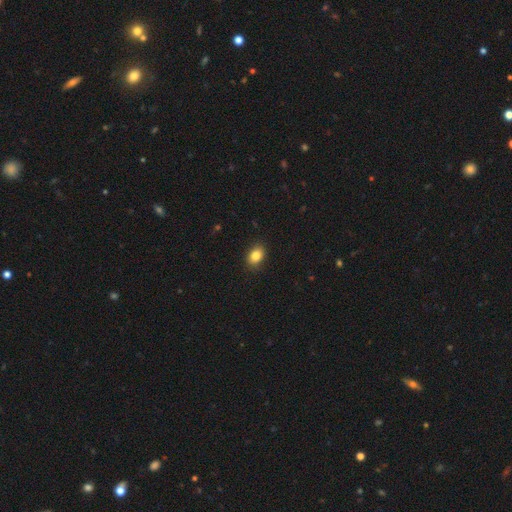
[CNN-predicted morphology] Smooth or featured: smooth — 84% (star or artifact — 9%)
How rounded: in between — 71% (round — 28%)
Merging: none — 88% (minor disturbance — 9%)